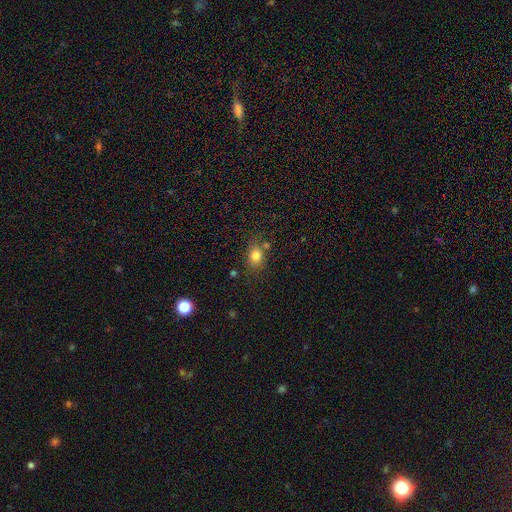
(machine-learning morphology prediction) Smooth or featured? Predicted: smooth (p=0.80). How rounded? Predicted: round (p=0.52). Merging? Predicted: none (p=0.71).